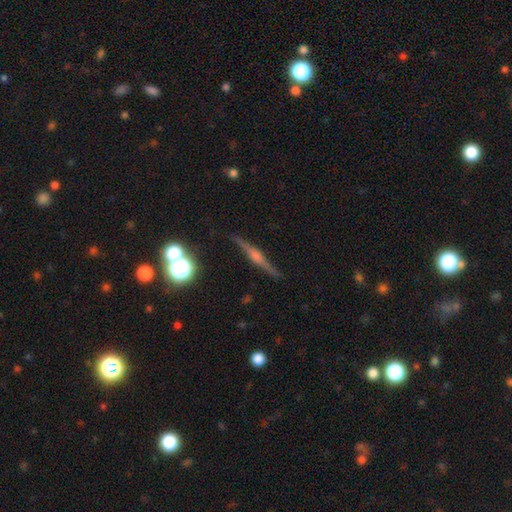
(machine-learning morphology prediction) This appears to be a featured or disk galaxy (77%) viewed edge-on (97%) with a rounded central bulge (81%). Merging: none (88%).